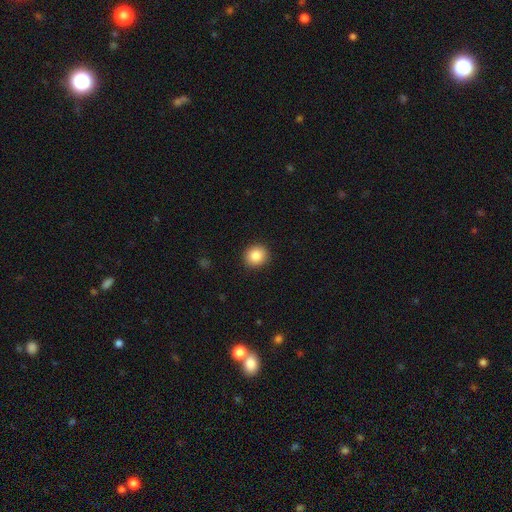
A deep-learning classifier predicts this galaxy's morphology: smooth_or_featured: smooth (p=0.85) [alt: star or artifact p=0.09]
how_rounded: round (p=0.87) [alt: in between p=0.12]
merging: none (p=0.92) [alt: minor disturbance p=0.06]